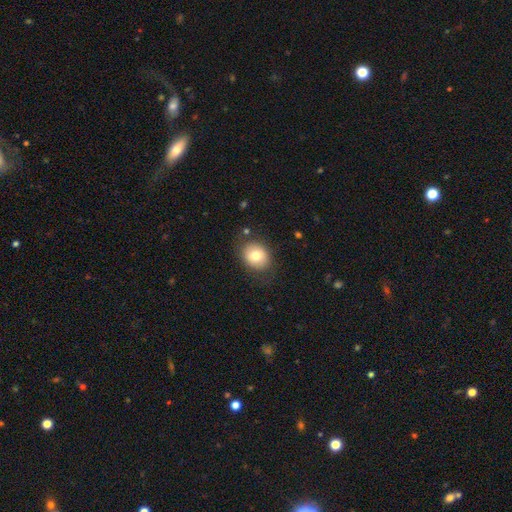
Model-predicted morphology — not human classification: This appears to be a smooth galaxy with no disk features (76%) that is round (57%). Merging: none (81%).